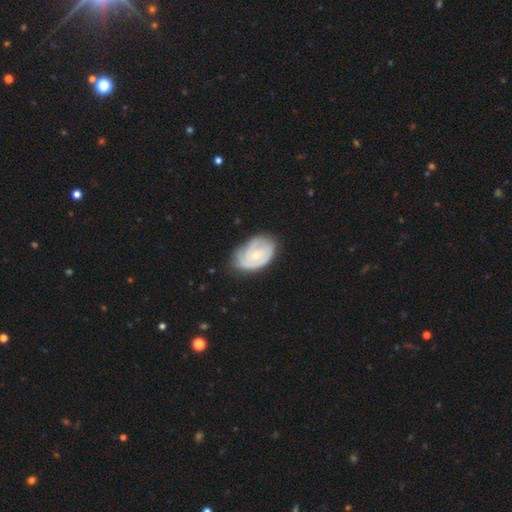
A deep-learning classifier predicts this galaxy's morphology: This appears to be a featured or disk galaxy (73%) with no bar (72%), 2 (34%, tied with can't tell) tight (65%) spiral arms (89%) and a small central bulge (57%). Merging: none (65%).